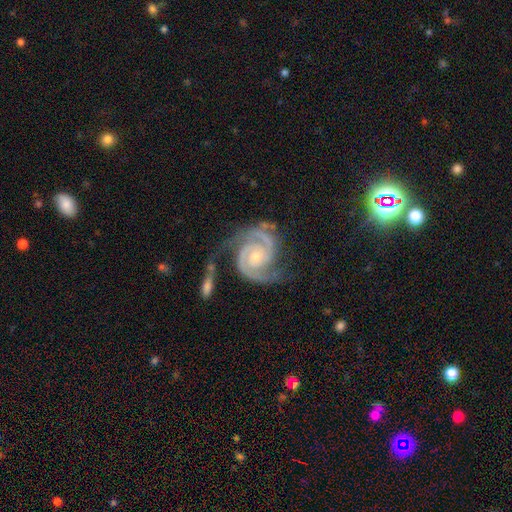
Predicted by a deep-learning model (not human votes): smooth_or_featured: featured or disk (p=0.93) [alt: star or artifact p=0.04]
disk_edge_on: no (p=0.98) [alt: yes p=0.02]
bar: no (p=0.69) [alt: weak p=0.24]
has_spiral_arms: yes (p=0.99) [alt: no p=0.01]
spiral_winding: tight (p=0.58) [alt: medium p=0.37]
spiral_arm_count: 2 (p=0.86) [alt: 3 p=0.07]
bulge_size: small (p=0.57) [alt: moderate p=0.38]
merging: none (p=0.62) [alt: minor disturbance p=0.20]